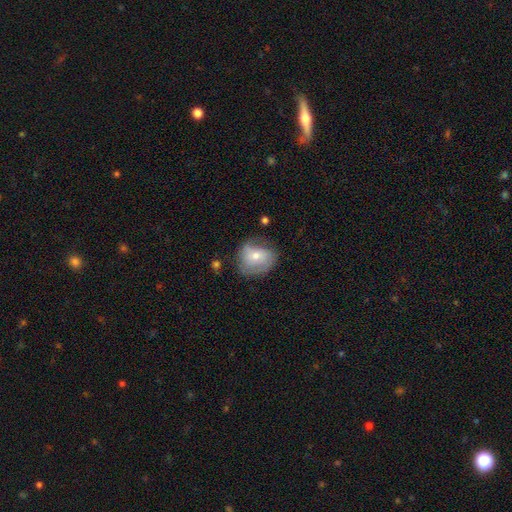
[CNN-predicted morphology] Overall: smooth (55%; featured or disk 38%). How rounded: round (68%; in between 31%). Merging: none (57%; minor disturbance 28%).